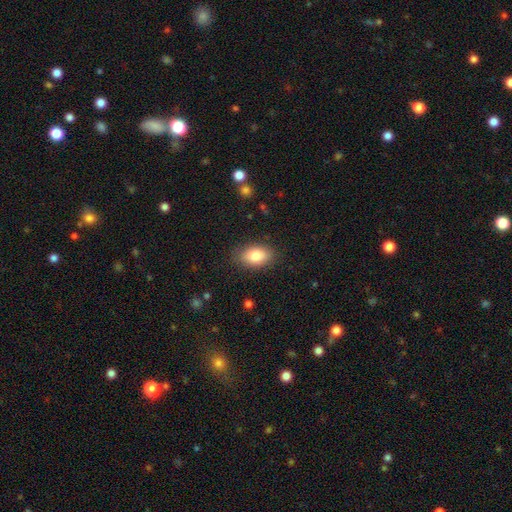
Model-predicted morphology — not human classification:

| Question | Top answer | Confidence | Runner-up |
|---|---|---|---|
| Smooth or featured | smooth | 83% | featured or disk (10%) |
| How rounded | in between | 88% | round (10%) |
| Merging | none | 85% | minor disturbance (11%) |